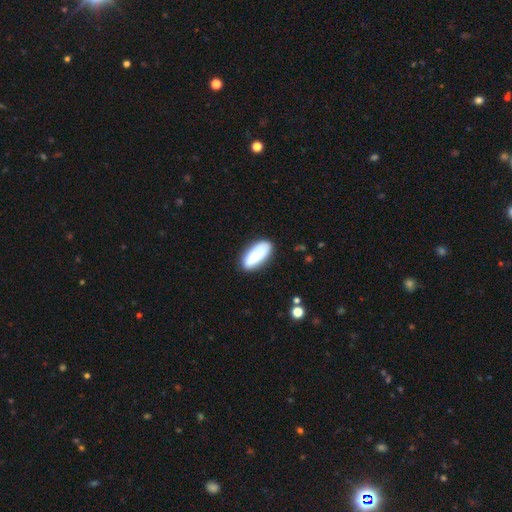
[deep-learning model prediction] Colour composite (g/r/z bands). It shows a smooth galaxy with no disk features (67%) that is in between round and cigar-shaped (87%). Merging: none (65%).